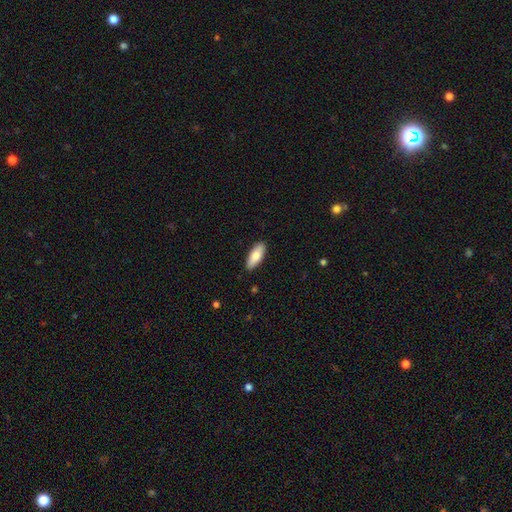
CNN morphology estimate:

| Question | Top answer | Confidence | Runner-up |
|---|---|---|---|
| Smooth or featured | smooth | 79% | featured or disk (16%) |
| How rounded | in between | 75% | cigar-shaped (23%) |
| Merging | none | 89% | minor disturbance (8%) |